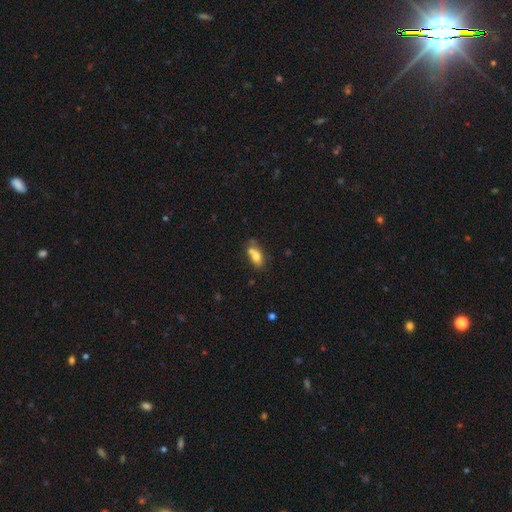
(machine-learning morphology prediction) smooth-or-featured: smooth: 72% | featured or disk: 19% | star or artifact: 9%
  how-rounded: in between: 82% | round: 10% | cigar-shaped: 8%
  merging: none: 40% | merger: 34% | minor disturbance: 19% | major disturbance: 7%